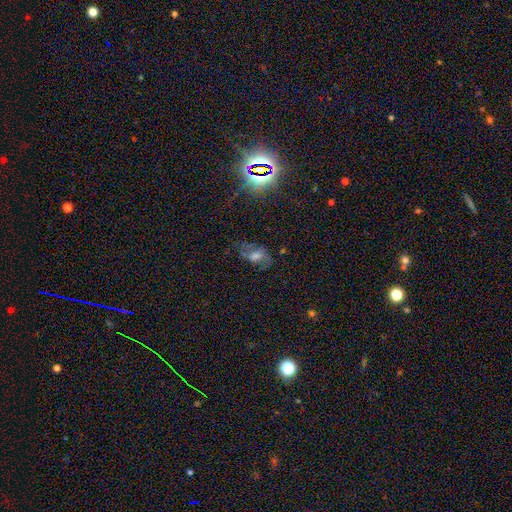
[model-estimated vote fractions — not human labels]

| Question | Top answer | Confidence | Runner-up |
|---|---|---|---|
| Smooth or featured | featured or disk | 40% | smooth (35%) |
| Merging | none | 50% | major disturbance (23%) |